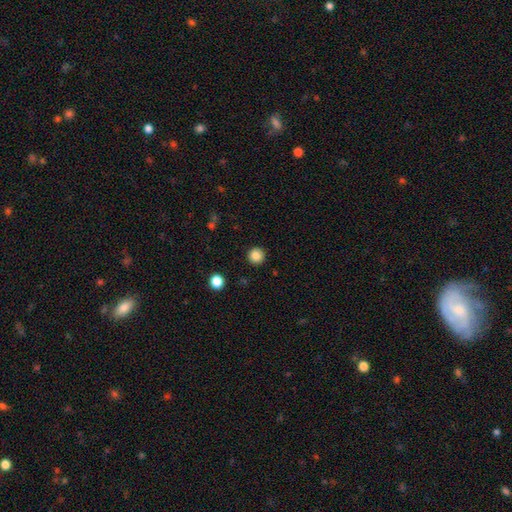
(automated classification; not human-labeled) Smooth or featured: smooth — 84% (star or artifact — 11%)
How rounded: round — 96% (in between — 3%)
Merging: none — 93% (minor disturbance — 5%)